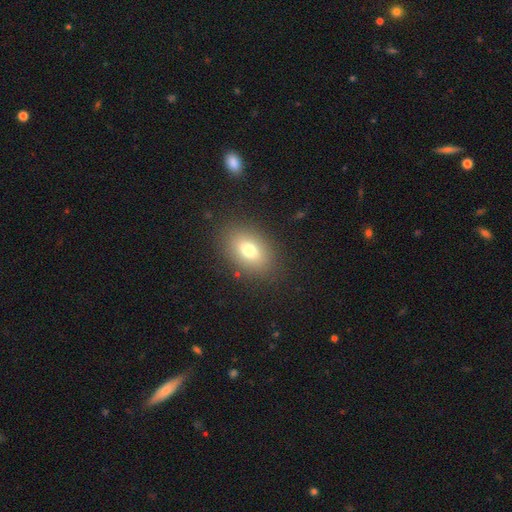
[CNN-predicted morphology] Smooth or featured? Predicted: smooth (p=0.74). How rounded? Predicted: in between (p=0.80). Merging? Predicted: none (p=0.88).